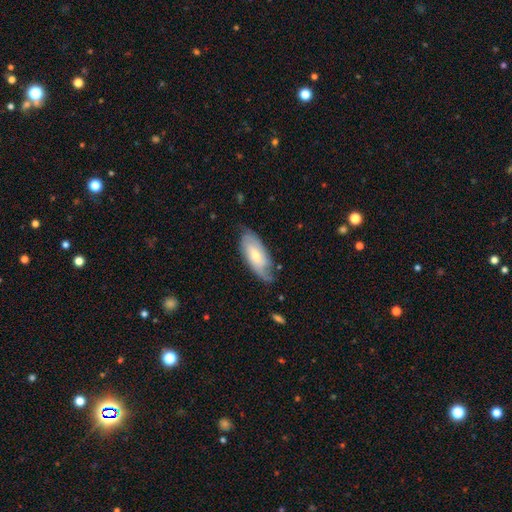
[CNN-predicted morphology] A featured or disk galaxy (50%).

Vote fractions:
- Smooth or featured? featured or disk: 50% / smooth: 44% / star or artifact: 6%
- Merging? none: 68% / minor disturbance: 25% / major disturbance: 6% / merger: 2%